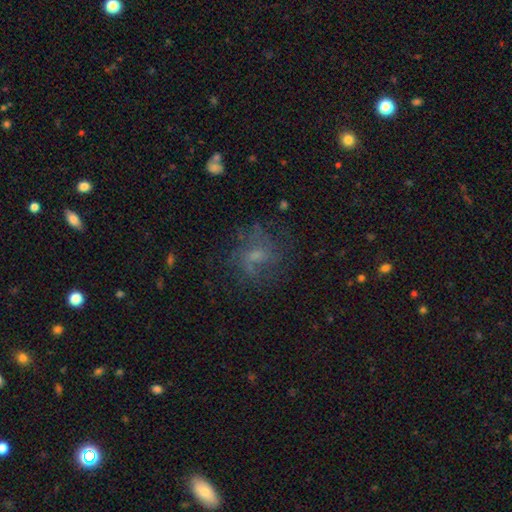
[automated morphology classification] featured or disk 48%, smooth 34%, star or artifact 18%. Down the decision tree: merging — none (64%).